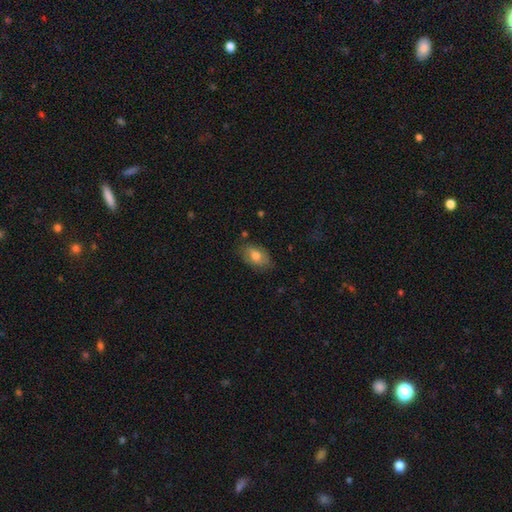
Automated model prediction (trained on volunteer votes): Smooth or featured: smooth — 70% (featured or disk — 23%)
How rounded: in between — 89% (round — 10%)
Merging: none — 75% (minor disturbance — 19%)